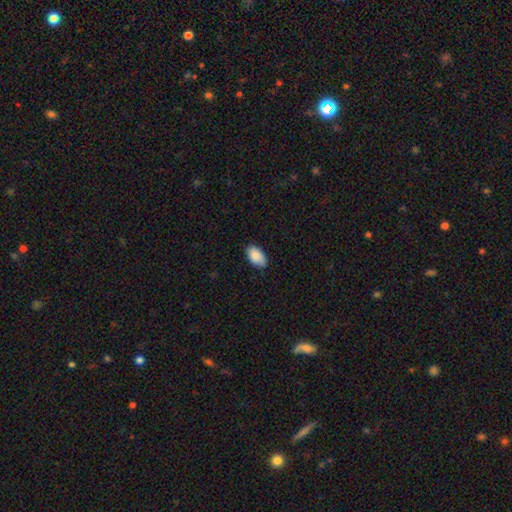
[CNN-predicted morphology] The model was most divided on "merging": none: 82%, minor disturbance: 15%, major disturbance: 2%, merger: 1%. More confident: how rounded — in between (94%); smooth or featured — smooth (89%).